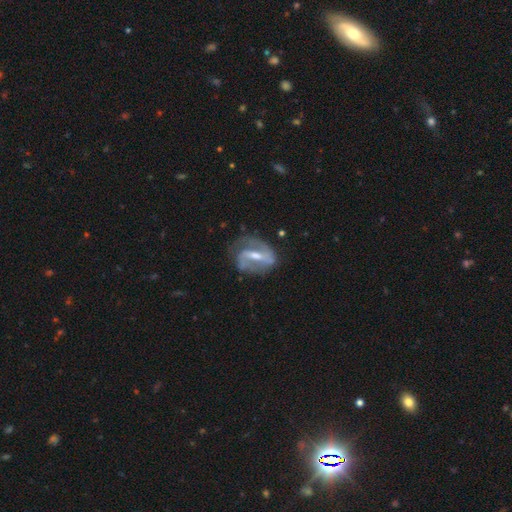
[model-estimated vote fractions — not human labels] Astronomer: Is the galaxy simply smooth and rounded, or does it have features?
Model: featured or disk — 83%.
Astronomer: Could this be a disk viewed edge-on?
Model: no — 94%.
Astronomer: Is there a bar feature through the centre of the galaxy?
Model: strong — 56% (runner-up: weak, 34%).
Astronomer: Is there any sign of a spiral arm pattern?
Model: yes — 89%.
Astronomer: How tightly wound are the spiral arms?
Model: medium — 46% (runner-up: loose, 29%).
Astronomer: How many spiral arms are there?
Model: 2 — 78%.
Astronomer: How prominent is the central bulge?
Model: moderate — 53% (runner-up: small, 37%).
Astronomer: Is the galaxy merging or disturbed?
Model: none — 64%.